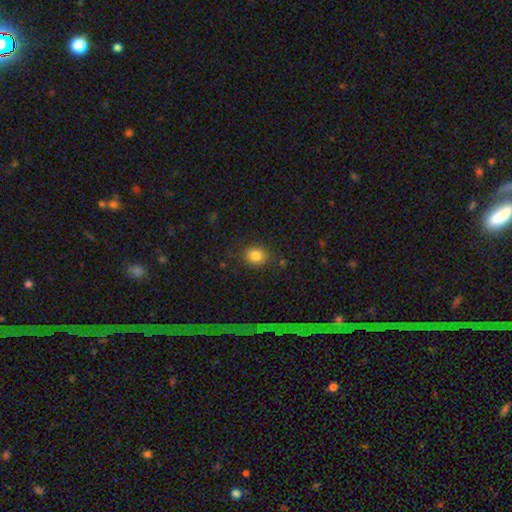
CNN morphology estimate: smooth_or_featured: smooth (p=0.84) [alt: star or artifact p=0.10]
how_rounded: round (p=0.65) [alt: in between p=0.34]
merging: none (p=0.83) [alt: minor disturbance p=0.11]